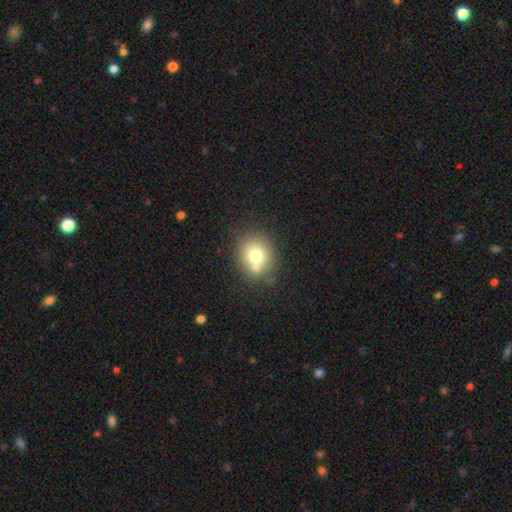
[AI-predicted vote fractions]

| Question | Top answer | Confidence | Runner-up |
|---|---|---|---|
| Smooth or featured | smooth | 70% | featured or disk (18%) |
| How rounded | round | 76% | in between (23%) |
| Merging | none | 61% | merger (23%) |